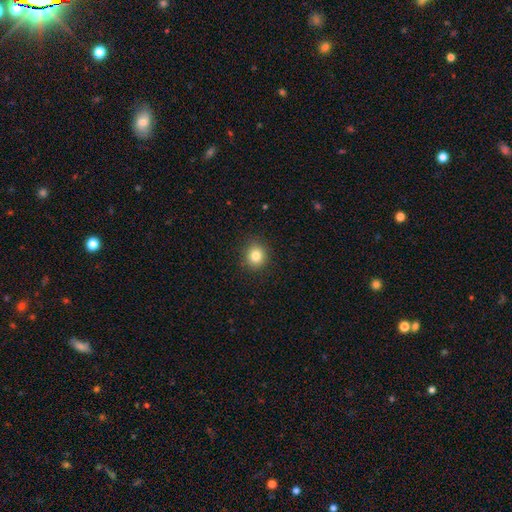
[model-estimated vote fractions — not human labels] Q: Smooth or featured?
A: smooth (82%); runner-up: star or artifact (11%)
Q: How rounded?
A: round (87%); runner-up: in between (13%)
Q: Merging?
A: none (90%); runner-up: minor disturbance (7%)